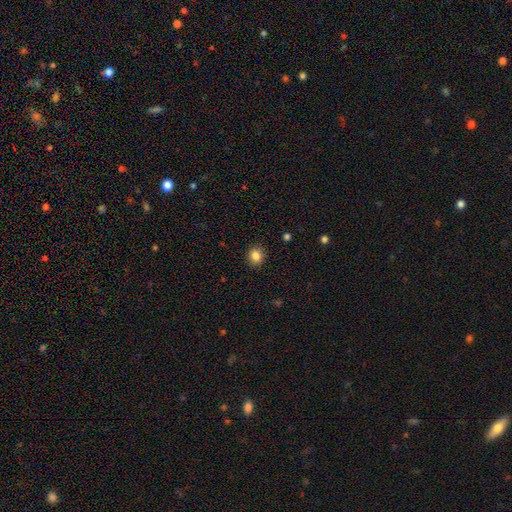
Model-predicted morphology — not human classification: Overall: smooth (85%). How rounded: round (77%). Merging: none (91%).